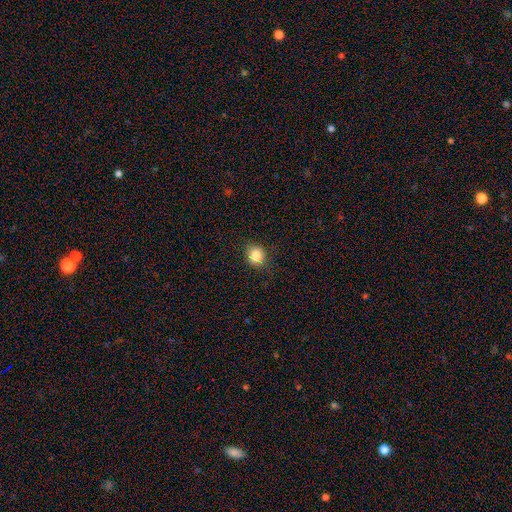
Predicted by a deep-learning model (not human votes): This appears to be a smooth galaxy with no disk features (83%) that is round (76%). Merging: none (87%).